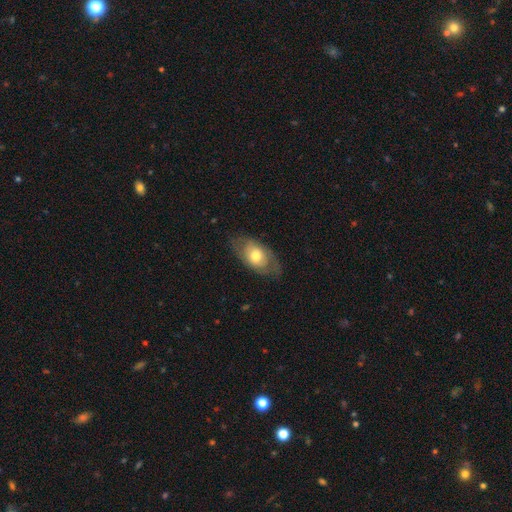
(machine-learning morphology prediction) type=smooth (57%); roundness=in between (87%); merging=none (73%).